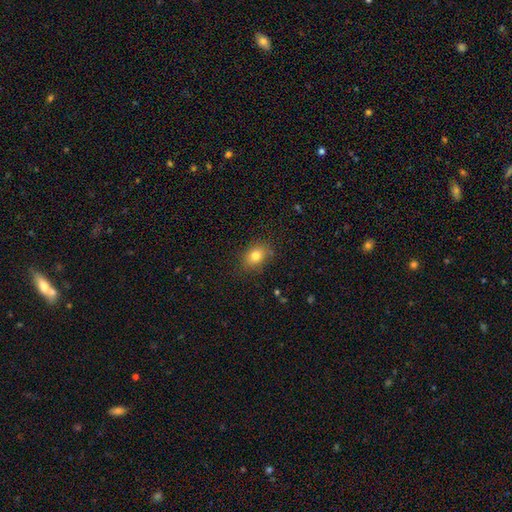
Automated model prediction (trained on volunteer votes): This is likely a smooth galaxy (80%). How rounded: likely in between (64%). Merging: clearly none (82%).